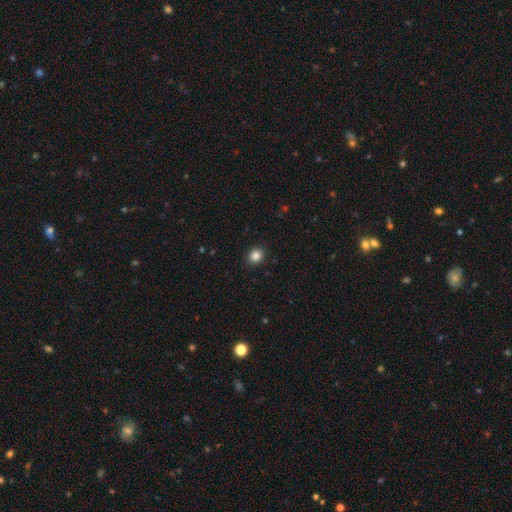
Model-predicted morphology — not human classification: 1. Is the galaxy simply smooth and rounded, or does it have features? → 85% smooth, 10% star or artifact, 5% featured or disk.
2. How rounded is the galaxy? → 65% round, 34% in between, 1% cigar-shaped.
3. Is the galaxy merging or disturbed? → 90% none, 7% minor disturbance, 2% major disturbance, 1% merger.